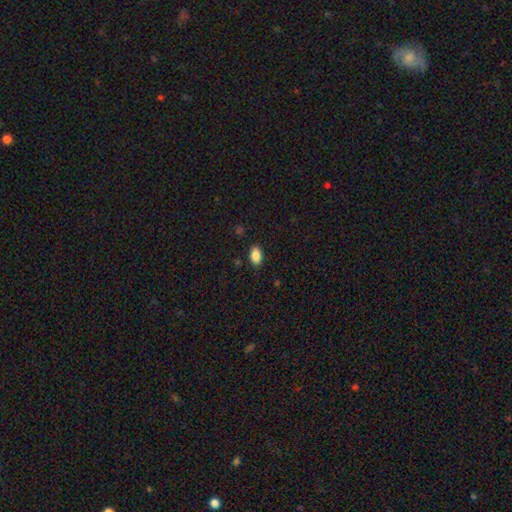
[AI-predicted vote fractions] This is clearly a smooth galaxy (87%). How rounded: clearly in between (91%). Merging: clearly none (88%).